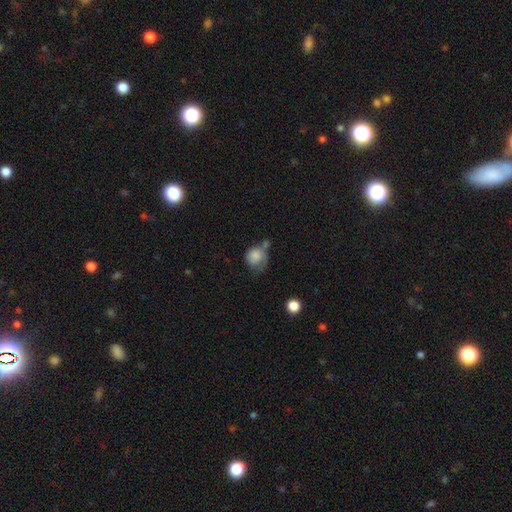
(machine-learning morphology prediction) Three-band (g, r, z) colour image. It shows a smooth galaxy with no disk features (76%) that is round (72%). Merging: none (31%).